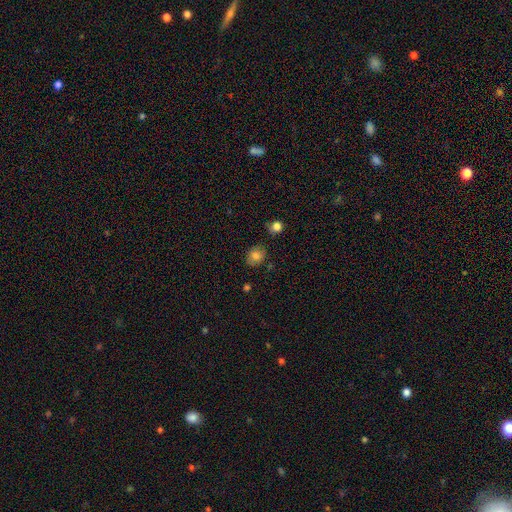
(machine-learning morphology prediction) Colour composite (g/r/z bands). It shows a smooth galaxy with no disk features (80%) that is round (59%). Merging: none (80%).